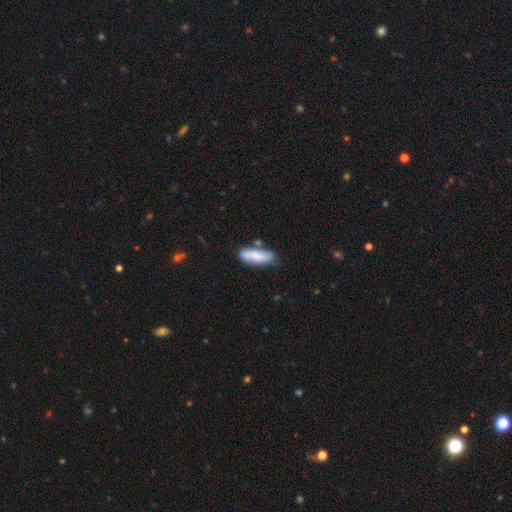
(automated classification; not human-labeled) Overall: smooth (77%). How rounded: in between (61%; cigar-shaped 37%). Merging: none (66%).